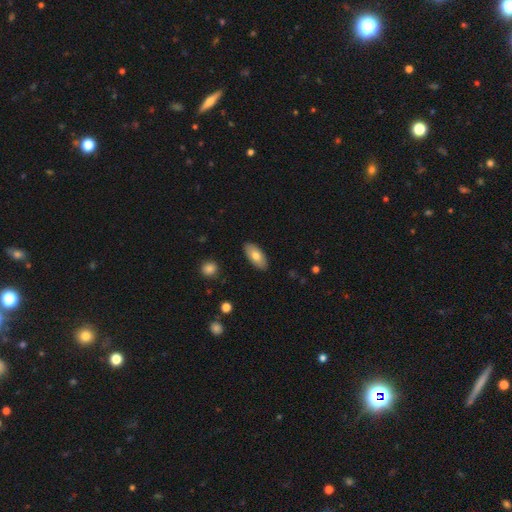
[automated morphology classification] smooth 74%, featured or disk 21%, star or artifact 6%. Down the decision tree: how rounded — in between (91%); merging — none (88%).